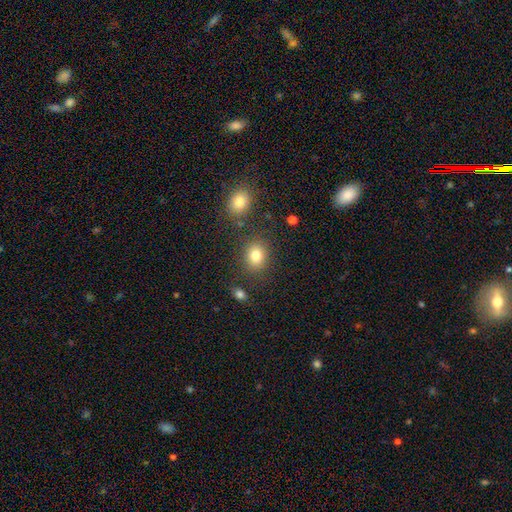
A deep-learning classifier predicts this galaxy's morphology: smooth 82%, star or artifact 11%, featured or disk 7%. Down the decision tree: how rounded — round (54%); merging — none (80%).